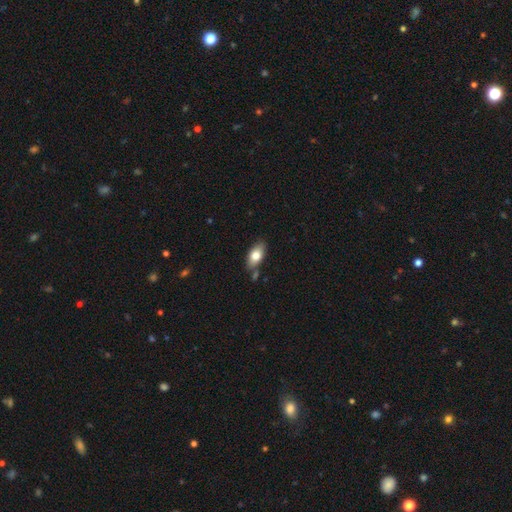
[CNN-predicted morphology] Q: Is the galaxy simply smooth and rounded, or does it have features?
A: smooth — 77%.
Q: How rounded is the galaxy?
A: in between — 90%.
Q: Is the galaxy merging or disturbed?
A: none — 73%.